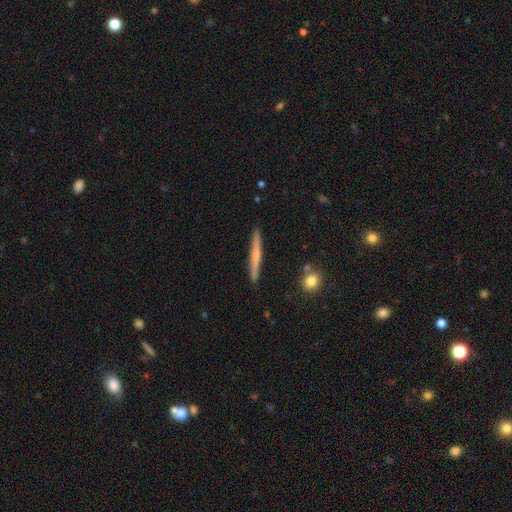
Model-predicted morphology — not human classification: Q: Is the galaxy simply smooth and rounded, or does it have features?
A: smooth — 51%.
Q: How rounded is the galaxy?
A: cigar-shaped — 96%.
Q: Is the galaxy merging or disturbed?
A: none — 90%.